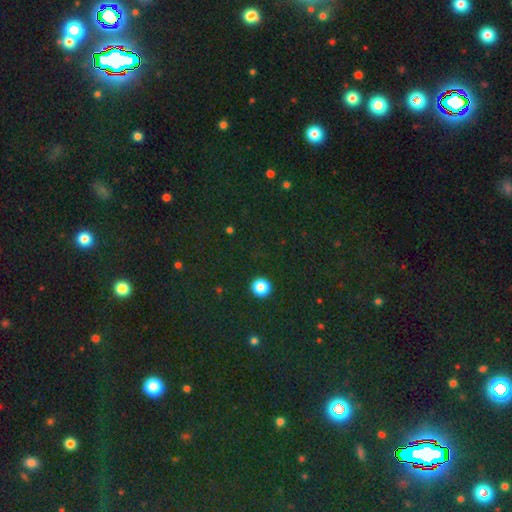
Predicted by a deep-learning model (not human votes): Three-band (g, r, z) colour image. It shows a star or artifact, not a galaxy (74%).